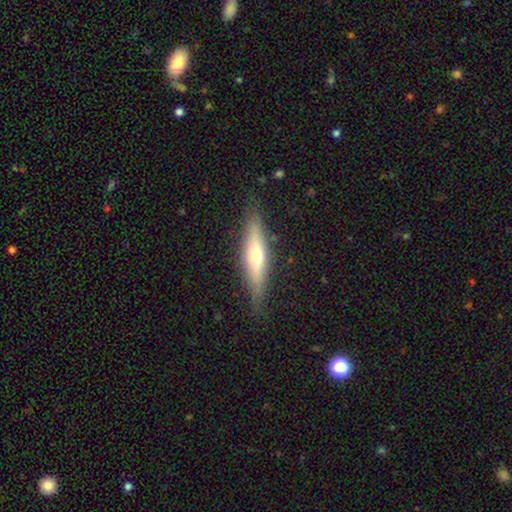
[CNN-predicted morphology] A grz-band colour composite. It shows a featured or disk galaxy (51%) viewed edge-on (89%). Merging: none (84%).